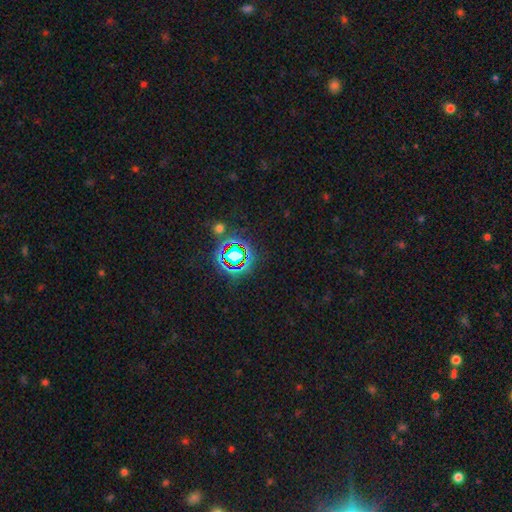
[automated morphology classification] smooth-or-featured: star or artifact: 77% | smooth: 14% | featured or disk: 9%